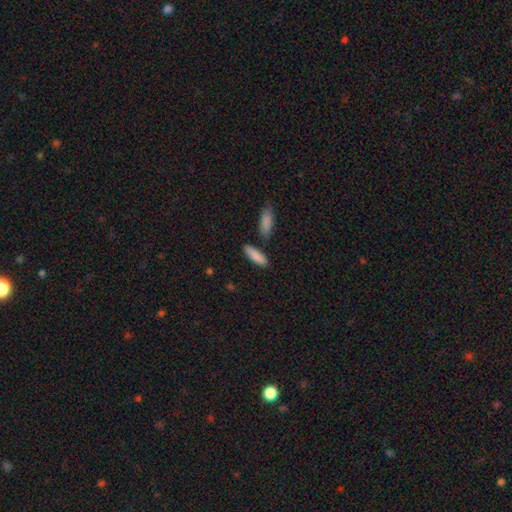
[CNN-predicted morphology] Smooth or featured: smooth — 86% (featured or disk — 8%)
How rounded: cigar-shaped — 56% (in between — 42%)
Merging: none — 78% (minor disturbance — 11%)